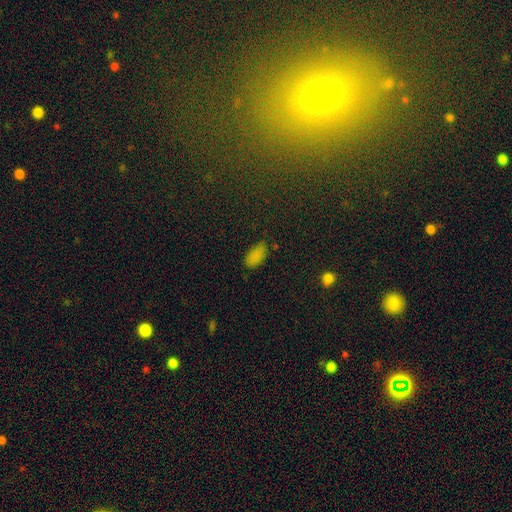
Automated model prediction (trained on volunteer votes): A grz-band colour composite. It shows a smooth galaxy with no disk features (81%) that is in between round and cigar-shaped (93%). Merging: none (70%).